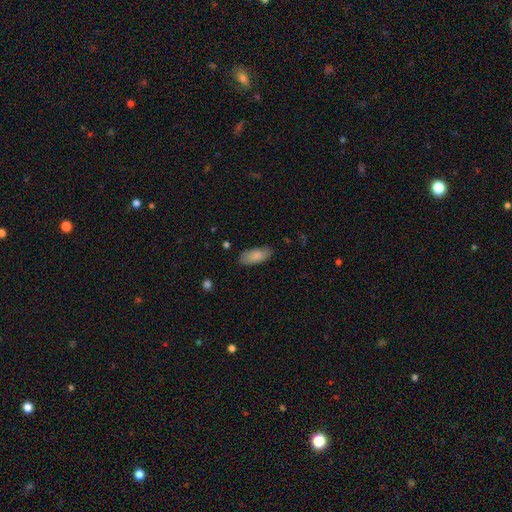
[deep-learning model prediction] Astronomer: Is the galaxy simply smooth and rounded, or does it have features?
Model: smooth — 84%.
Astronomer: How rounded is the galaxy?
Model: in between — 85%.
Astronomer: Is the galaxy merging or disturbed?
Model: none — 82%.